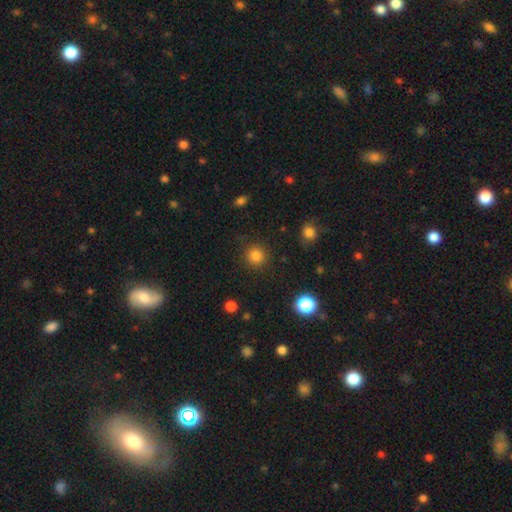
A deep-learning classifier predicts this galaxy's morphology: type=smooth (84%); roundness=round (93%); merging=none (89%).